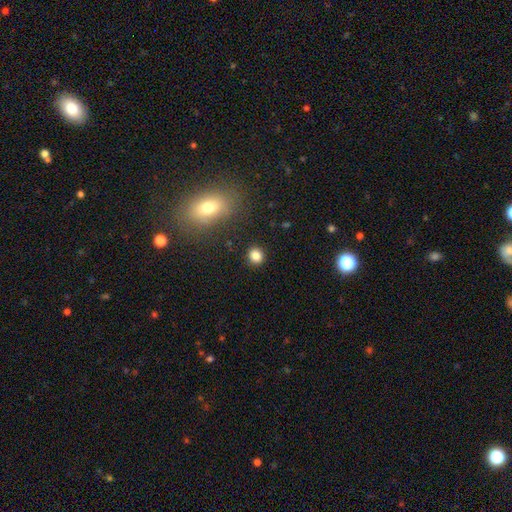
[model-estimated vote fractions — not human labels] smooth_or_featured: smooth (p=0.84) [alt: star or artifact p=0.11]
how_rounded: round (p=0.81) [alt: in between p=0.18]
merging: none (p=0.90) [alt: minor disturbance p=0.06]